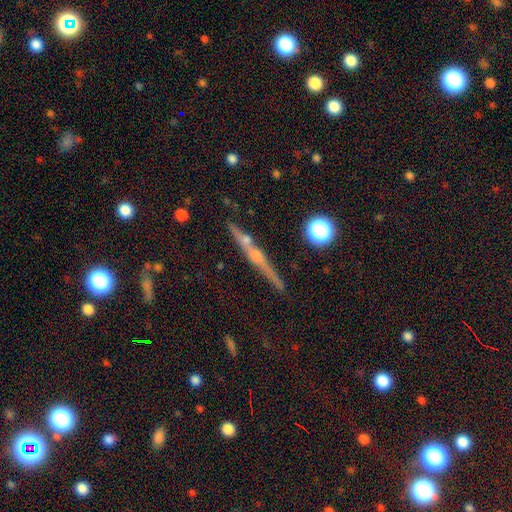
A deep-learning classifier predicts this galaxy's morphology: smooth_or_featured: featured or disk (p=0.66) [alt: smooth p=0.20]
disk_edge_on: yes (p=0.96) [alt: no p=0.04]
edge_on_bulge: rounded (p=0.71) [alt: none p=0.21]
merging: none (p=0.80) [alt: minor disturbance p=0.09]